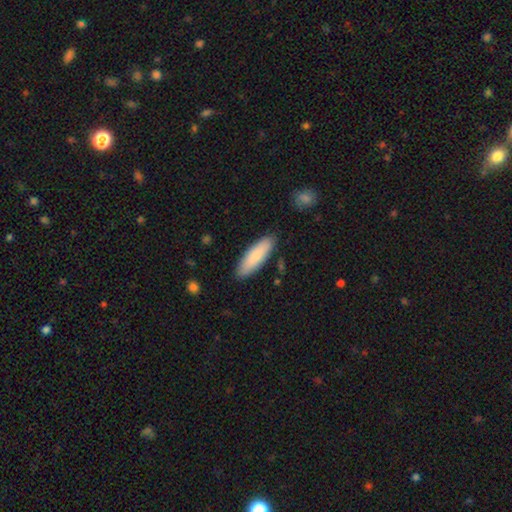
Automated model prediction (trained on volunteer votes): Smooth or featured: smooth — 85% (featured or disk — 10%)
How rounded: cigar-shaped — 52% (in between — 47%)
Merging: none — 88% (minor disturbance — 9%)